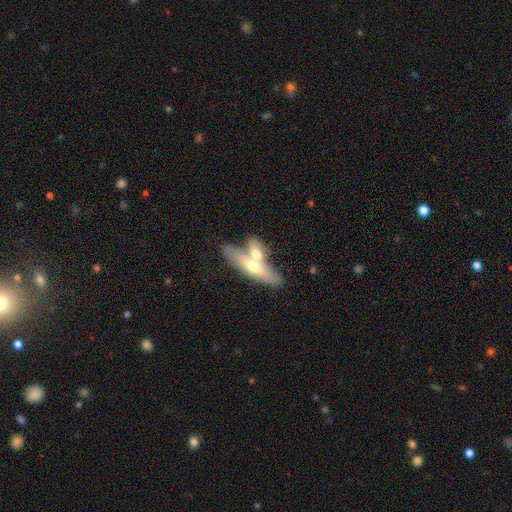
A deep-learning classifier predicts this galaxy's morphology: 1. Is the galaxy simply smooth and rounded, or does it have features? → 47% smooth (tied), 47% featured or disk (tied), 6% star or artifact.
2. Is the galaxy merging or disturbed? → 43% merger, 42% none, 10% minor disturbance, 4% major disturbance.